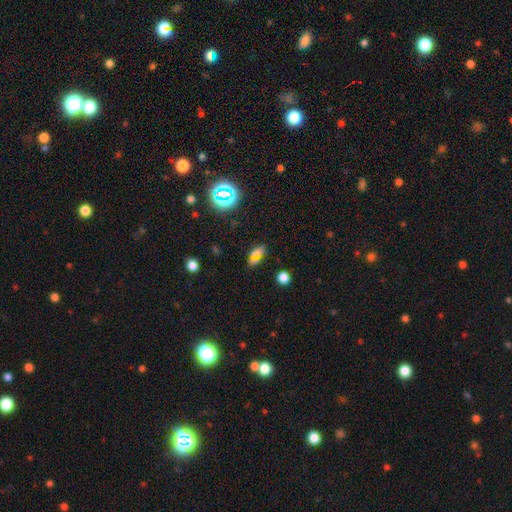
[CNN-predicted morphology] Overall: smooth (61%; star or artifact 27%). How rounded: in between (72%). Merging: none (69%).